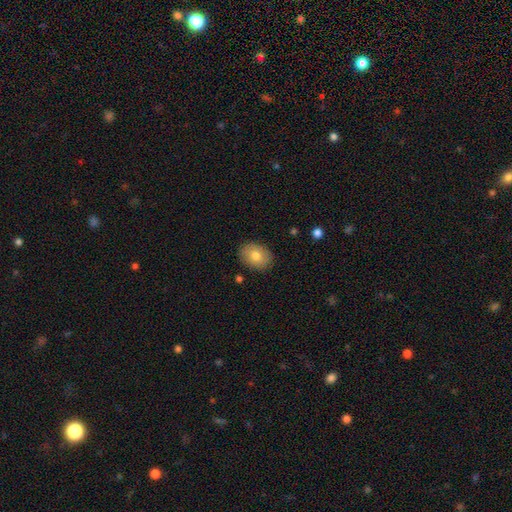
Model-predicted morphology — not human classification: smooth-or-featured: smooth: 77% | featured or disk: 15% | star or artifact: 8%
  how-rounded: in between: 73% | round: 26% | cigar-shaped: 1%
  merging: none: 86% | minor disturbance: 10% | major disturbance: 2% | merger: 1%